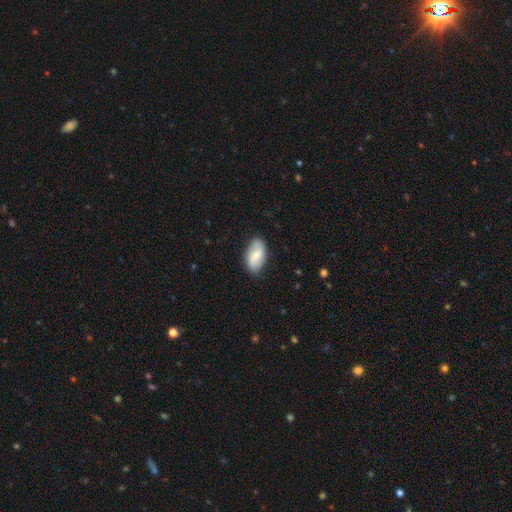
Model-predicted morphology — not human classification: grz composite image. It shows a smooth galaxy with no disk features (57%) that is in between round and cigar-shaped (93%). Merging: none (81%).